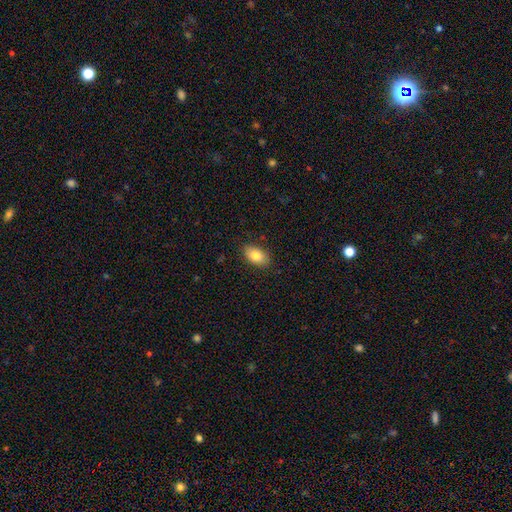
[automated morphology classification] Smooth or featured? Predicted: smooth (p=0.82). How rounded? Predicted: in between (p=0.90). Merging? Predicted: none (p=0.86).